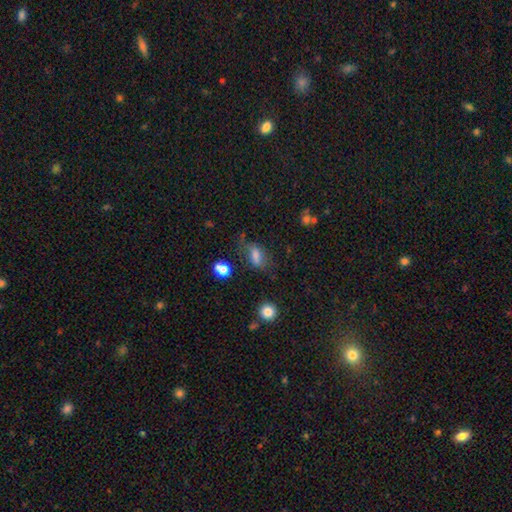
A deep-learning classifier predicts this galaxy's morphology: Smooth or featured? Predicted: smooth (p=0.70). How rounded? Predicted: in between (p=0.80). Merging? Predicted: none (p=0.56).